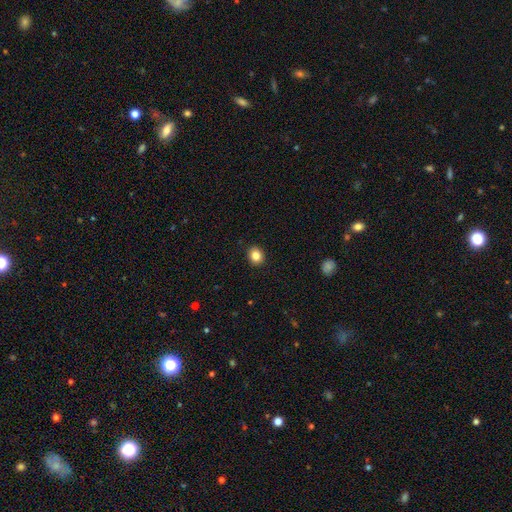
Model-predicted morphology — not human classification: Q: Smooth or featured?
A: smooth (84%); runner-up: star or artifact (10%)
Q: How rounded?
A: round (71%); runner-up: in between (28%)
Q: Merging?
A: none (92%); runner-up: minor disturbance (5%)